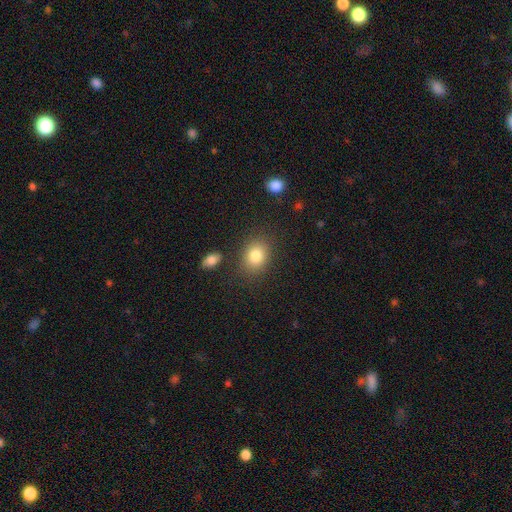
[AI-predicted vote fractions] Overall: smooth (82%). How rounded: in between (57%; round 42%). Merging: none (81%).